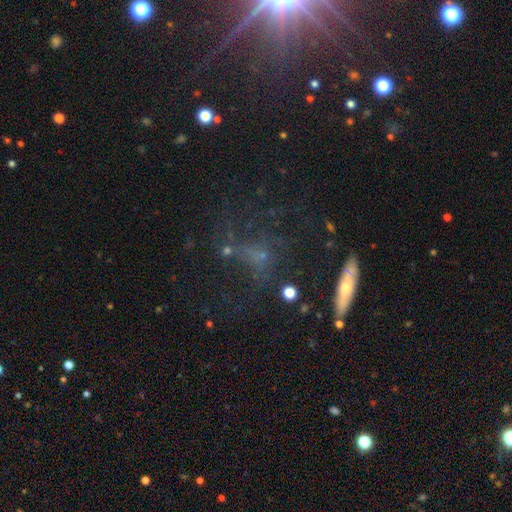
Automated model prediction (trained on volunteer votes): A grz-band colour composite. It shows a star or artifact, not a galaxy (41%).